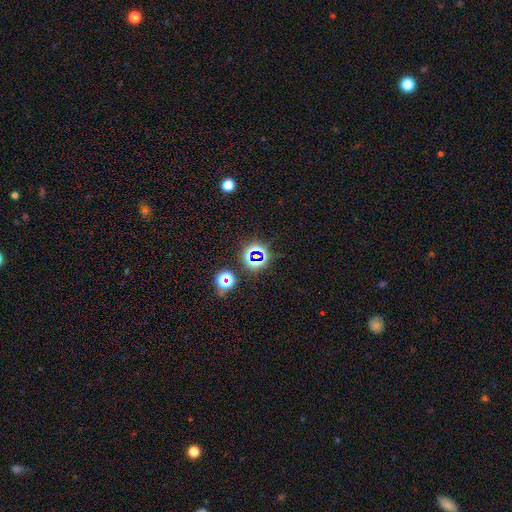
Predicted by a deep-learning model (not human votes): This appears to be a star or artifact, not a galaxy (74%).